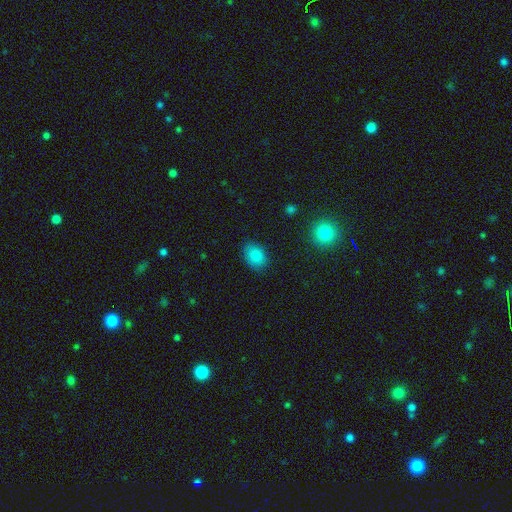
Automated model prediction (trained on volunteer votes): This is clearly a smooth galaxy (87%). How rounded: likely in between (78%). Merging: clearly none (84%).